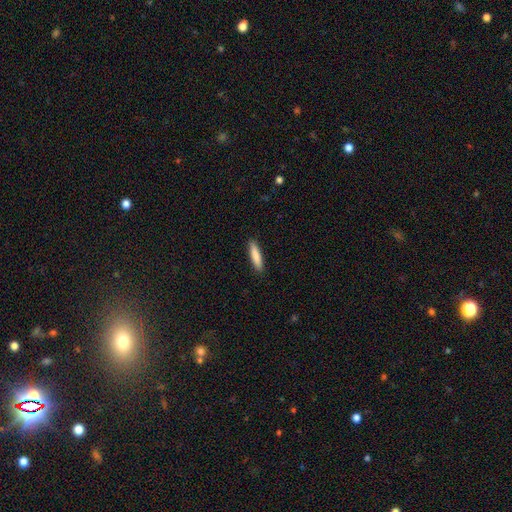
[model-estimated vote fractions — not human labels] Smooth or featured? smooth (84%)
How rounded? cigar-shaped (82%)
Merging? none (90%)